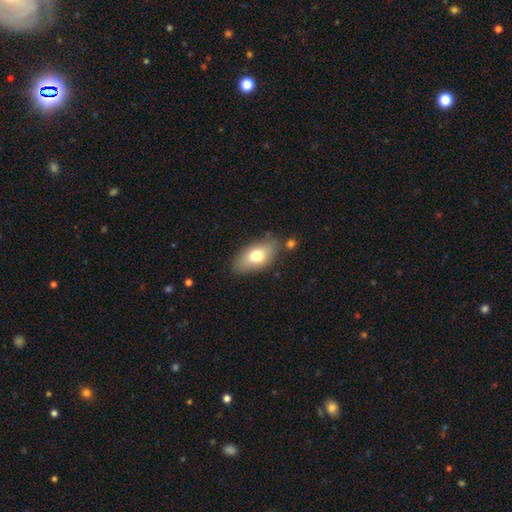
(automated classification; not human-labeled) A smooth galaxy with no disk features (72%) that is in between round and cigar-shaped (89%). Merging: none (78%).